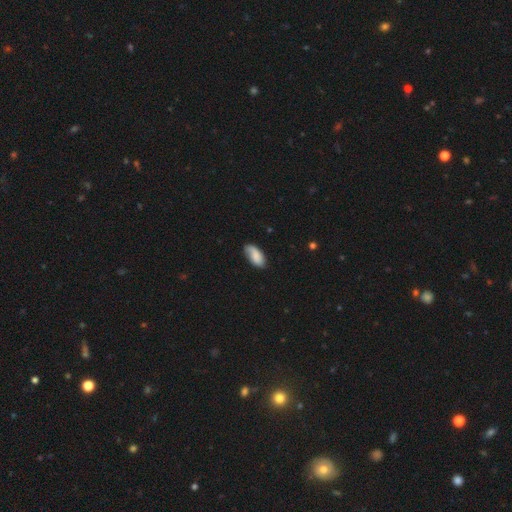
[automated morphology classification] smooth_or_featured: smooth (p=0.76) [alt: featured or disk p=0.18]
how_rounded: in between (p=0.91) [alt: cigar-shaped p=0.06]
merging: none (p=0.62) [alt: minor disturbance p=0.28]